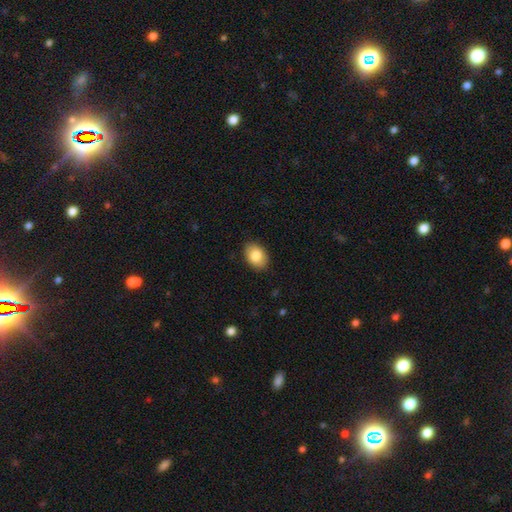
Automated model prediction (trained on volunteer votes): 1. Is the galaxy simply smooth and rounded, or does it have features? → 85% smooth, 8% featured or disk, 7% star or artifact.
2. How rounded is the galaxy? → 80% in between, 19% round, 1% cigar-shaped.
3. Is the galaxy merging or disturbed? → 87% none, 10% minor disturbance, 2% major disturbance, 1% merger.